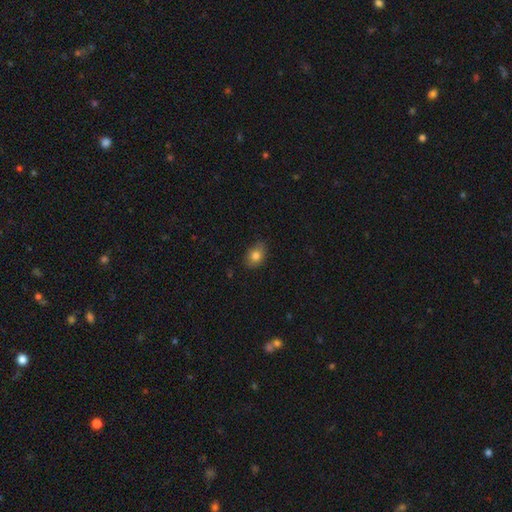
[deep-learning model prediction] A smooth galaxy with no disk features (81%) that is in between round and cigar-shaped (69%). Merging: none (74%).